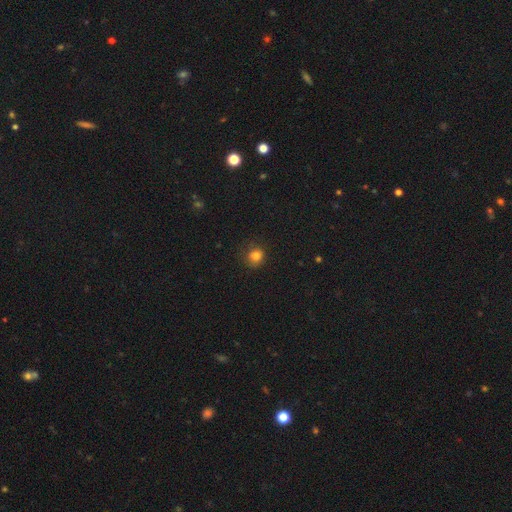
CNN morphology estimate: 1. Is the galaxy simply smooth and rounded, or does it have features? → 82% smooth, 13% star or artifact, 6% featured or disk.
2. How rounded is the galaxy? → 82% round, 17% in between, 1% cigar-shaped.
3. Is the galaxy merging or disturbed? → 75% none, 18% minor disturbance, 6% major disturbance, 1% merger.